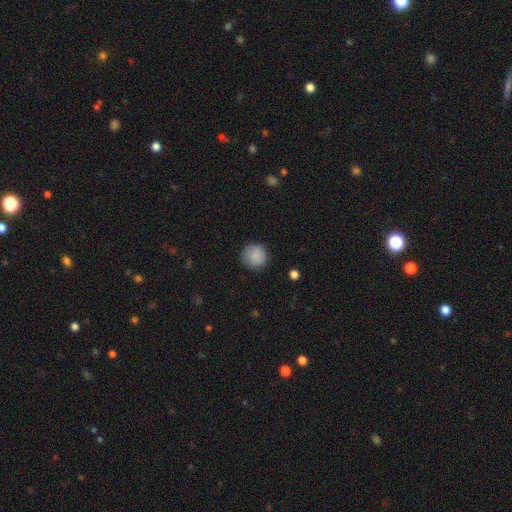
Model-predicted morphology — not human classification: The model was most divided on "merging": none: 86%, minor disturbance: 11%, major disturbance: 3%, merger: 1%. More confident: how rounded — round (94%); smooth or featured — smooth (87%).